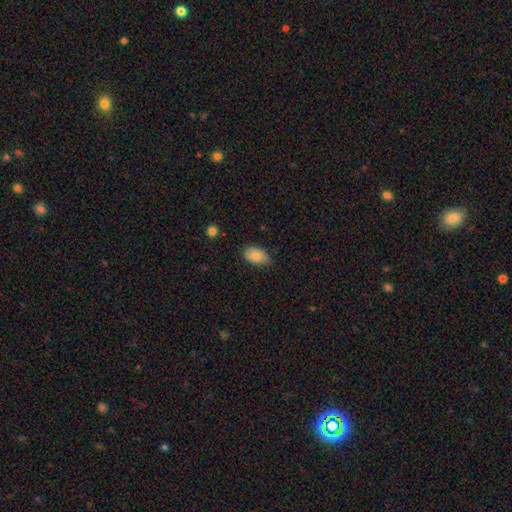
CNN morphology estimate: Smooth or featured? smooth (84%)
How rounded? in between (90%)
Merging? none (72%)